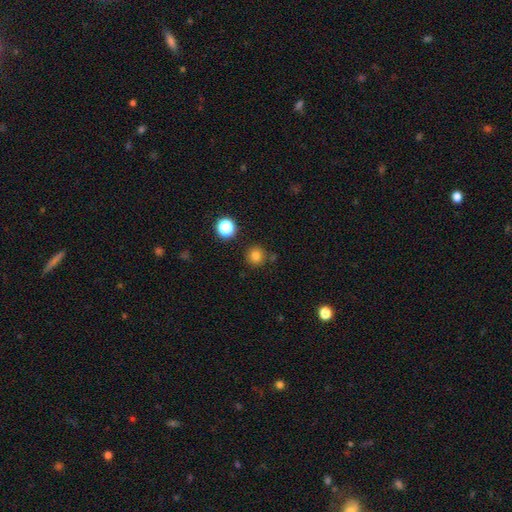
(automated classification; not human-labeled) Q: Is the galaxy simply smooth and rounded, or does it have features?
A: smooth — 80%.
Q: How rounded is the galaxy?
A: round — 94%.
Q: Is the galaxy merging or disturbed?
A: none — 84%.